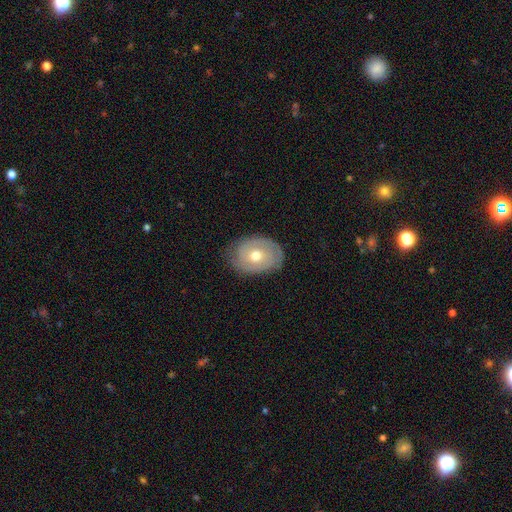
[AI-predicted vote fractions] This appears to be a featured or disk galaxy (56%) with no bar (82%), spiral arms (60%) and a moderate central bulge (73%). Merging: none (75%).